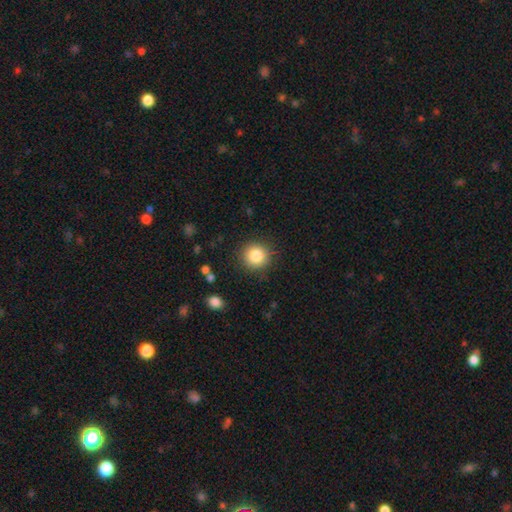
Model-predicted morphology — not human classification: smooth-or-featured: smooth: 84% | star or artifact: 10% | featured or disk: 6%
  how-rounded: round: 93% | in between: 6% | cigar-shaped: 1%
  merging: none: 89% | minor disturbance: 7% | major disturbance: 3% | merger: 1%